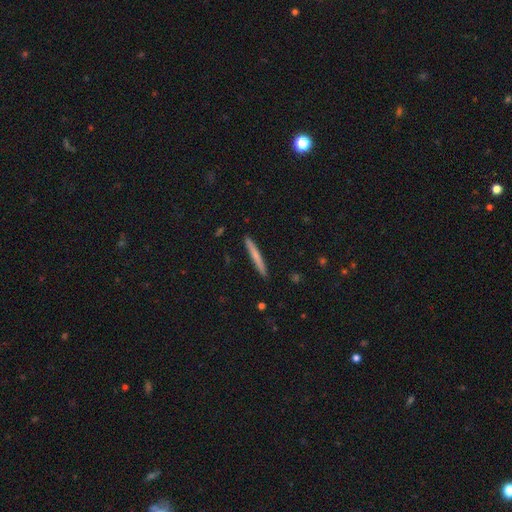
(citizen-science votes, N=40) Smooth or featured: smooth — 72% (featured or disk — 28%)
How rounded: cigar-shaped — 100%
Merging: none — 88% (minor disturbance — 12%)